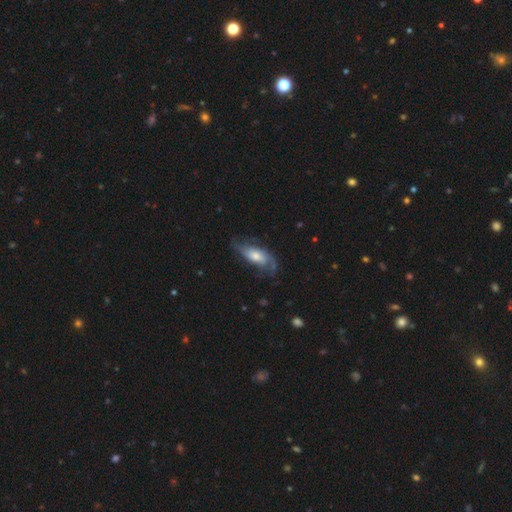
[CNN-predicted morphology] Q: Smooth or featured?
A: featured or disk (70%); runner-up: smooth (23%)
Q: Edge-on disk?
A: no (88%); runner-up: yes (12%)
Q: Bar?
A: no (63%); runner-up: weak (29%)
Q: Spiral arms?
A: yes (91%); runner-up: no (9%)
Q: Spiral winding?
A: medium (41%); runner-up: loose (35%)
Q: Spiral arm count?
A: 2 (61%); runner-up: can't tell (19%)
Q: Bulge size?
A: moderate (53%); runner-up: small (22%)
Q: Merging?
A: none (62%); runner-up: minor disturbance (23%)